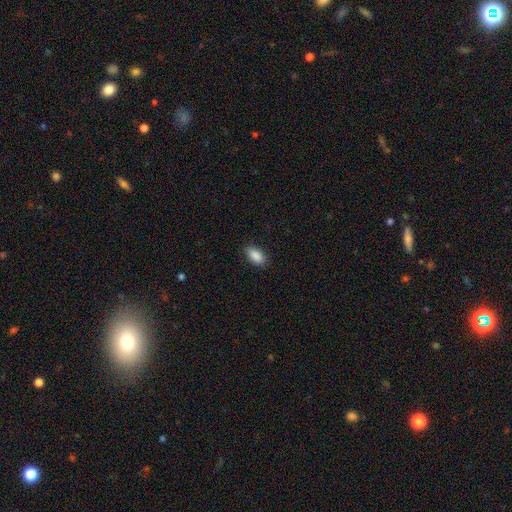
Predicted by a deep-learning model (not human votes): Smooth or featured? smooth (90%)
How rounded? in between (93%)
Merging? none (87%)